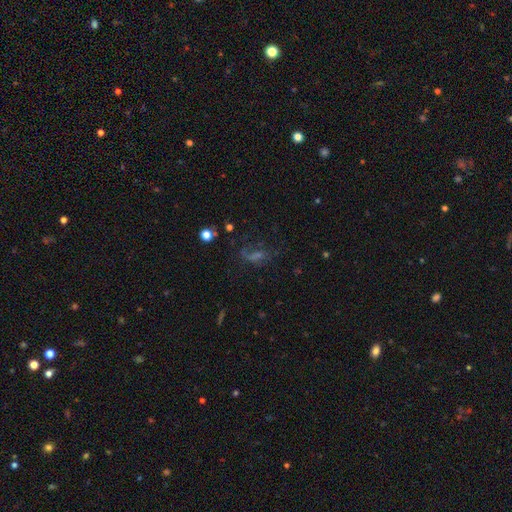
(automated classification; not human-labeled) Q: Smooth or featured?
A: star or artifact (36%); runner-up: featured or disk (34%)